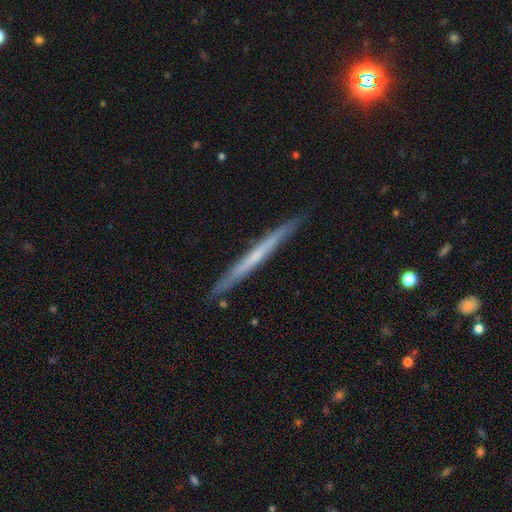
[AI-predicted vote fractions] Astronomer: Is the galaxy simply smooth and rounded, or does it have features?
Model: featured or disk — 54% (runner-up: smooth, 41%).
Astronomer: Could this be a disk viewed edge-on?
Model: yes — 97%.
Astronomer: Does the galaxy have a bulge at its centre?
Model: none — 87%.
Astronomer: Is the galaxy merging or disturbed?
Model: none — 90%.